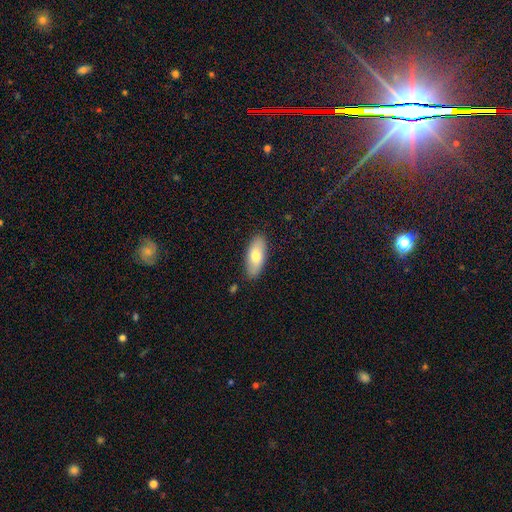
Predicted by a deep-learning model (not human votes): Smooth or featured? Predicted: smooth (p=0.74). How rounded? Predicted: in between (p=0.85). Merging? Predicted: none (p=0.86).